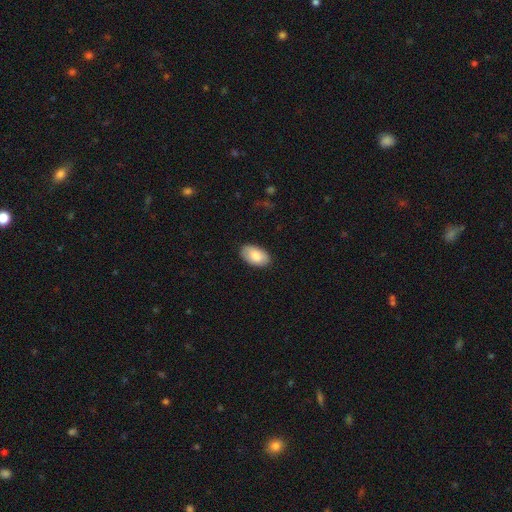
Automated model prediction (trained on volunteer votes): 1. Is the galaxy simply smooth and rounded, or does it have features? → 85% smooth, 9% featured or disk, 6% star or artifact.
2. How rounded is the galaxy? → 95% in between, 4% round, 1% cigar-shaped.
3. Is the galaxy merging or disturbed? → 86% none, 11% minor disturbance, 2% major disturbance, 1% merger.